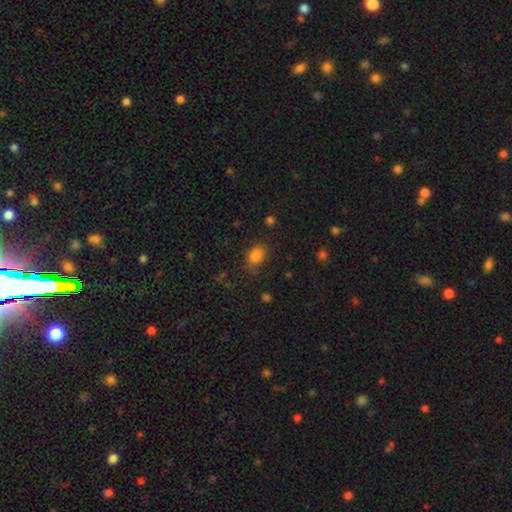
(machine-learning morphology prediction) Smooth or featured?
  - smooth: 83% *
  - star or artifact: 11%
  - featured or disk: 6%
How rounded?
  - in between: 68% *
  - round: 30%
  - cigar-shaped: 1%
Merging?
  - none: 72% *
  - minor disturbance: 20%
  - major disturbance: 6%
  - merger: 2%